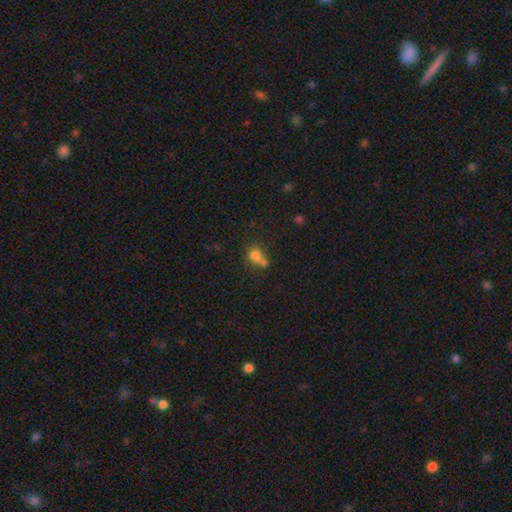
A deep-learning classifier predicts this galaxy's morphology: Smooth or featured? Predicted: smooth (p=0.73). How rounded? Predicted: round (p=0.60). Merging? Predicted: merger (p=0.43).